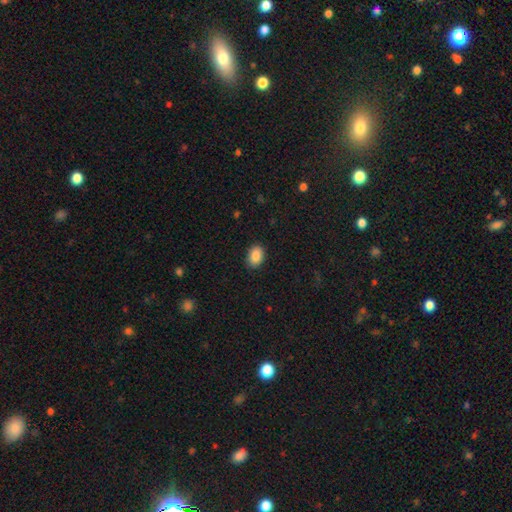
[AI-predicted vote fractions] smooth-or-featured: smooth: 88% | star or artifact: 8% | featured or disk: 5%
  how-rounded: in between: 84% | round: 15% | cigar-shaped: 1%
  merging: none: 88% | minor disturbance: 9% | major disturbance: 2% | merger: 1%